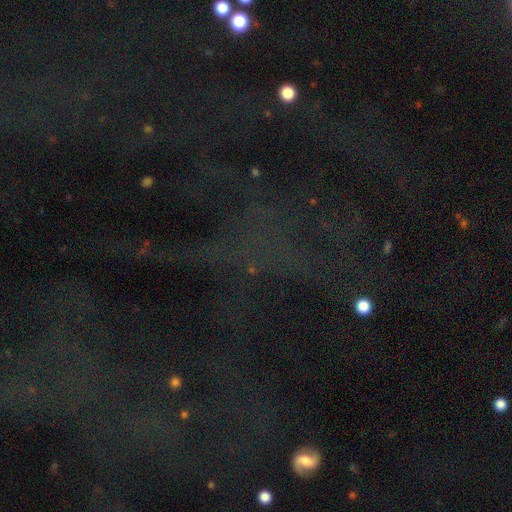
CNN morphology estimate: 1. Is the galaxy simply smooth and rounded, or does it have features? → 70% star or artifact, 15% featured or disk, 15% smooth.